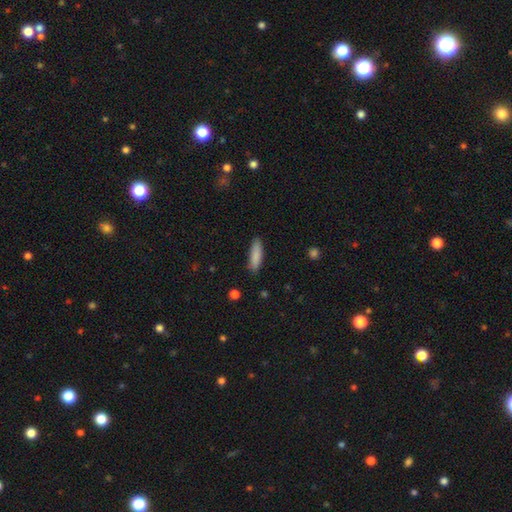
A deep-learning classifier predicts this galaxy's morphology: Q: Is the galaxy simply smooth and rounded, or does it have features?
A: smooth — 87%.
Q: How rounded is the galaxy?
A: cigar-shaped — 65%.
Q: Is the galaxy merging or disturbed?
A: none — 88%.